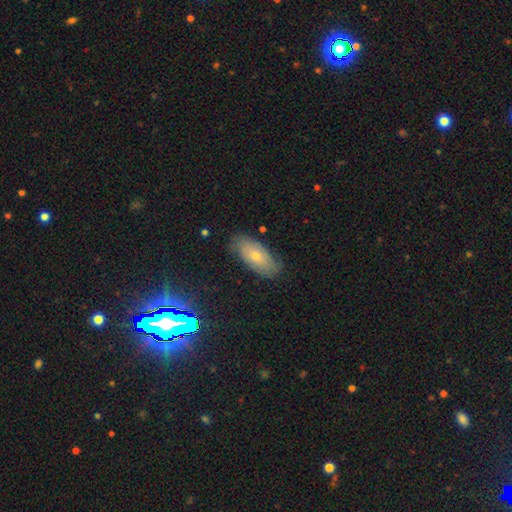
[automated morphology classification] Smooth or featured?
  - smooth: 57% *
  - featured or disk: 34%
  - star or artifact: 9%
How rounded?
  - in between: 89% *
  - cigar-shaped: 8%
  - round: 3%
Merging?
  - none: 75% *
  - minor disturbance: 19%
  - major disturbance: 4%
  - merger: 1%